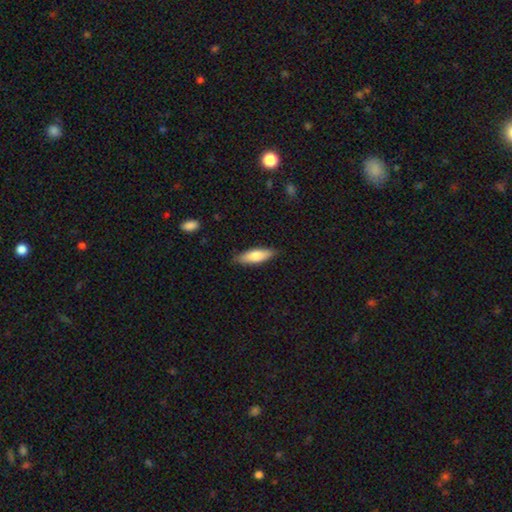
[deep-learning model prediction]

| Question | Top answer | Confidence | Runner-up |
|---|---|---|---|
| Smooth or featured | smooth | 75% | featured or disk (19%) |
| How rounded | in between | 50% | cigar-shaped (48%) |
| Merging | none | 85% | minor disturbance (12%) |